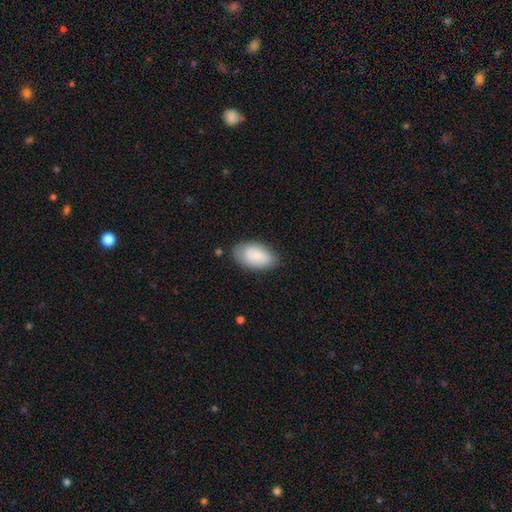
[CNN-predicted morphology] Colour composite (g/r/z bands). It shows a smooth galaxy with no disk features (75%) that is in between round and cigar-shaped (93%). Merging: none (77%).